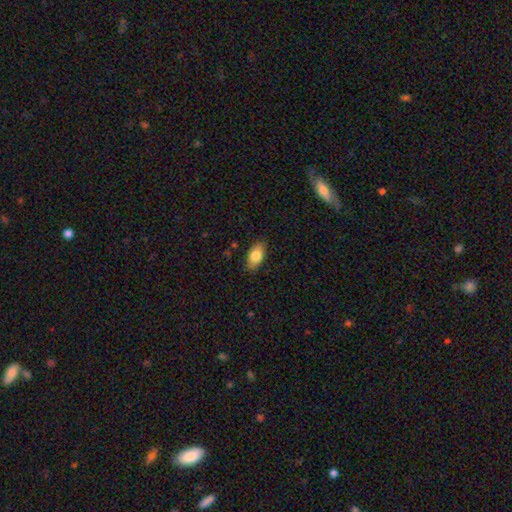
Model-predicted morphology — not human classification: Smooth or featured? smooth (79%)
How rounded? in between (90%)
Merging? none (85%)